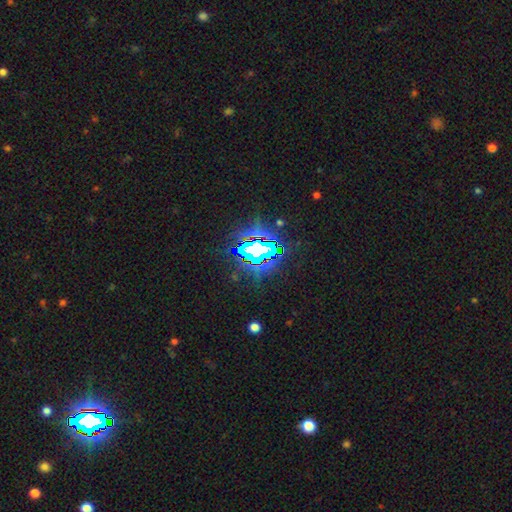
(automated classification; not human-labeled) Smooth or featured? Predicted: star or artifact (p=0.83).